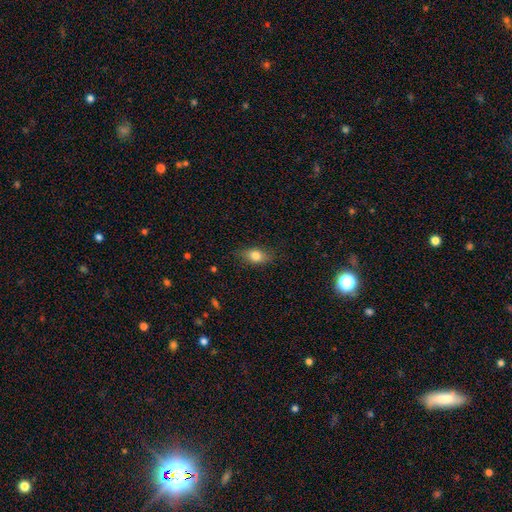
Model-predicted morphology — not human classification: Smooth or featured?
  - smooth: 79% *
  - featured or disk: 13%
  - star or artifact: 8%
How rounded?
  - in between: 81% *
  - round: 12%
  - cigar-shaped: 7%
Merging?
  - none: 79% *
  - minor disturbance: 16%
  - major disturbance: 4%
  - merger: 1%